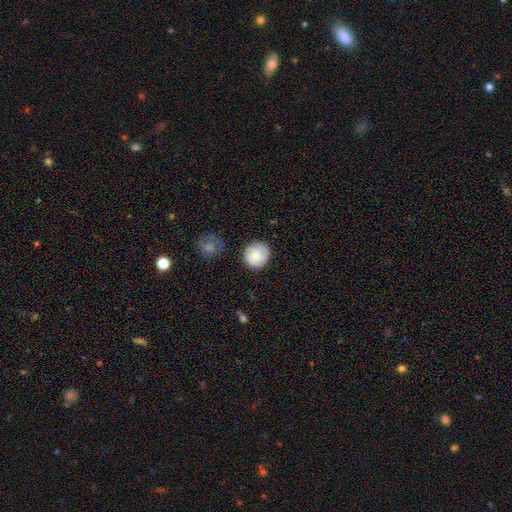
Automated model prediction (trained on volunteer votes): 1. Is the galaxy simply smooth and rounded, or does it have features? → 71% smooth, 22% featured or disk, 7% star or artifact.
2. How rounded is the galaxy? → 90% round, 9% in between, 1% cigar-shaped.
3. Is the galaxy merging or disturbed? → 80% none, 15% minor disturbance, 3% major disturbance, 2% merger.